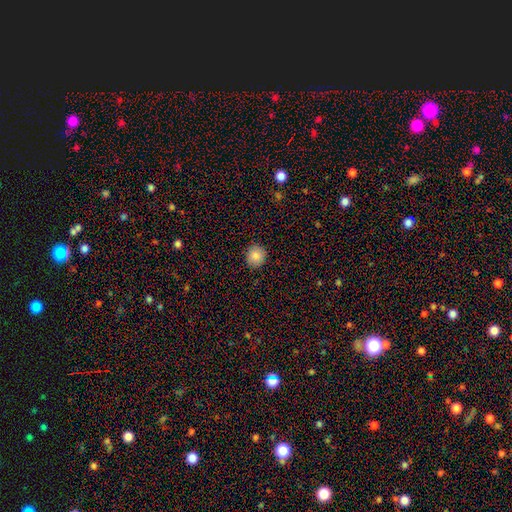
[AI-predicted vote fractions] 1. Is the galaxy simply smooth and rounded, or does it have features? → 85% smooth, 9% star or artifact, 6% featured or disk.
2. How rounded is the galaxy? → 89% round, 10% in between, 1% cigar-shaped.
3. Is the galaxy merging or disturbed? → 91% none, 7% minor disturbance, 2% major disturbance, 1% merger.